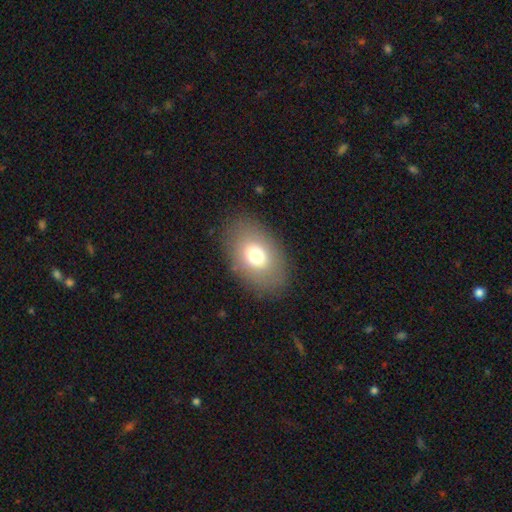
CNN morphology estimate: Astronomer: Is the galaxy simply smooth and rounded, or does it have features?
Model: smooth — 72%.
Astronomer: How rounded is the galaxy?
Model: in between — 82%.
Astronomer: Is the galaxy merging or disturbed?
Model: none — 84%.